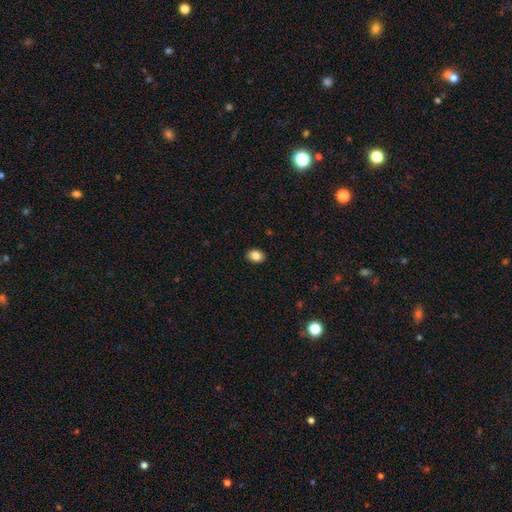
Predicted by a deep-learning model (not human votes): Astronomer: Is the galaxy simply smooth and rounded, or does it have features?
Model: smooth — 86%.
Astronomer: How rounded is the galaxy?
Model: in between — 69%.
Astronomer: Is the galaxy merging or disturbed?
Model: none — 90%.